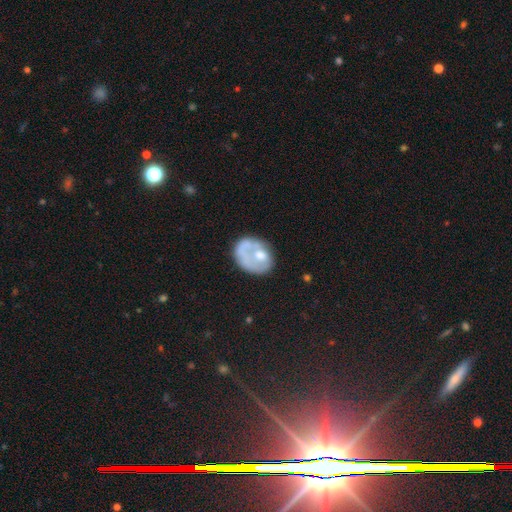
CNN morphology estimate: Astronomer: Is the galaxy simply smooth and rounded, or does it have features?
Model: smooth — 46%, tied with featured or disk at 46%.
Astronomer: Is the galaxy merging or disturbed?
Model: none — 38% (runner-up: major disturbance, 26%).